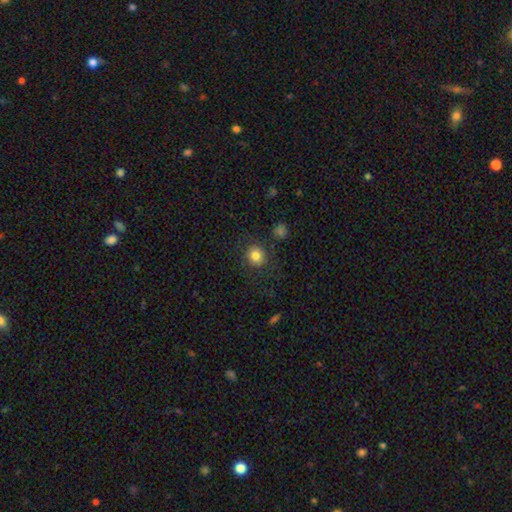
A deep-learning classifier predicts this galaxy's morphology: This appears to be a smooth galaxy with no disk features (82%) that is round (87%). Merging: none (83%).